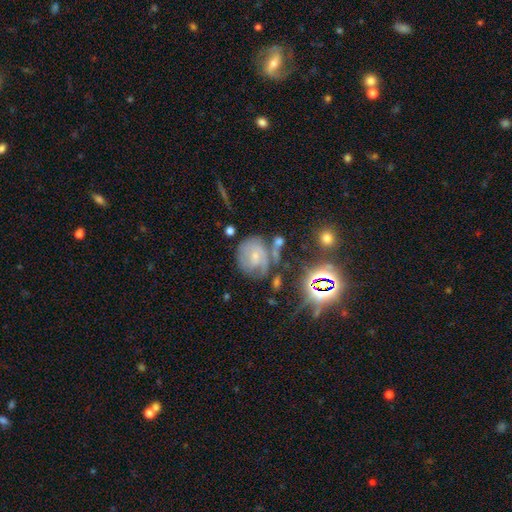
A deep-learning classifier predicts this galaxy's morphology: Smooth or featured? featured or disk (58%)
Edge-on disk? no (97%)
Bar? no (61%)
Spiral arms? yes (80%)
Bulge size? small (62%)
Merging? none (49%)